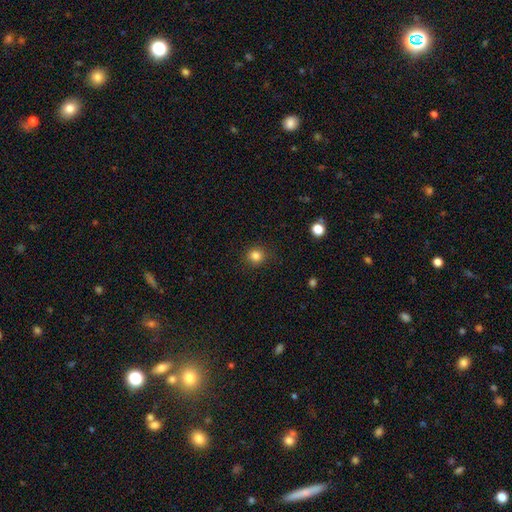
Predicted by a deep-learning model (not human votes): Smooth or featured: smooth — 83% (star or artifact — 12%)
How rounded: round — 92% (in between — 7%)
Merging: none — 89% (minor disturbance — 7%)